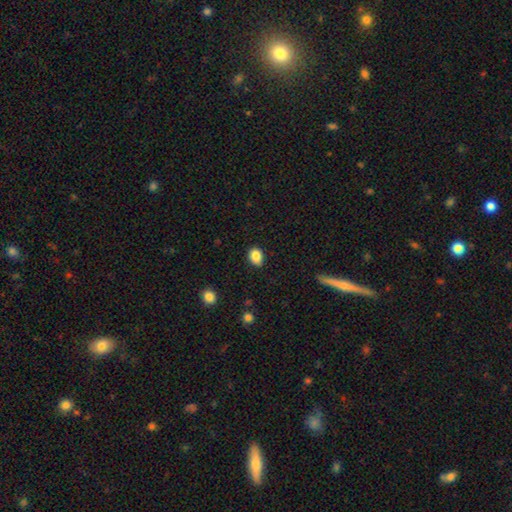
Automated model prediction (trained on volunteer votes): smooth-or-featured: smooth: 85% | star or artifact: 10% | featured or disk: 5%
  how-rounded: in between: 61% | round: 38% | cigar-shaped: 1%
  merging: none: 78% | minor disturbance: 18% | major disturbance: 3% | merger: 1%